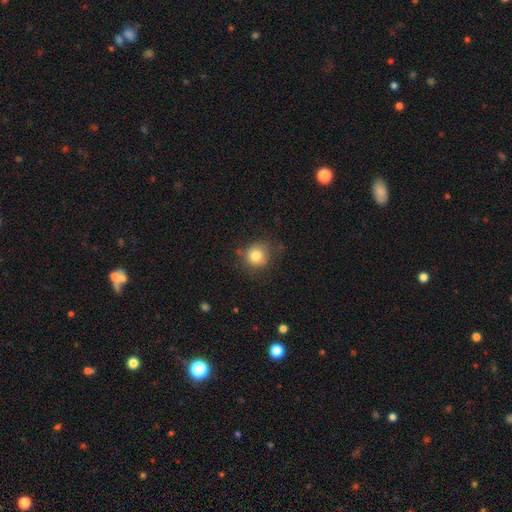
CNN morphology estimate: smooth-or-featured: smooth: 82% | star or artifact: 10% | featured or disk: 8%
  how-rounded: round: 86% | in between: 13% | cigar-shaped: 1%
  merging: none: 72% | minor disturbance: 19% | major disturbance: 6% | merger: 3%